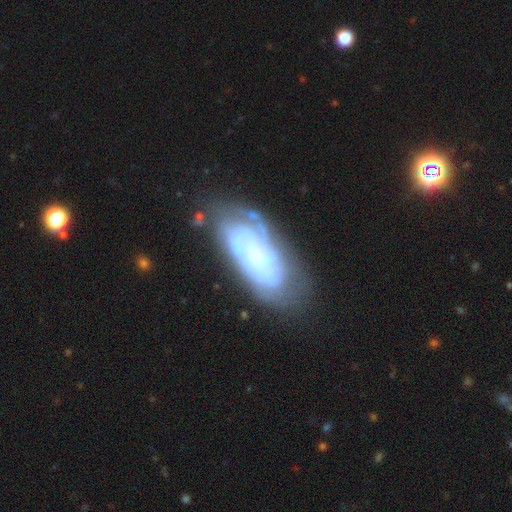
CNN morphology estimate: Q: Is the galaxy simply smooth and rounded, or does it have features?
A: featured or disk — 75%.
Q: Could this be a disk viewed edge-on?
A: no — 92%.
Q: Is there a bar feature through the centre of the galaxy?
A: no — 67%.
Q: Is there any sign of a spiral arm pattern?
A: yes — 82%.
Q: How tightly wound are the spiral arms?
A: tight — 65%.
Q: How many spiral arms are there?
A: can't tell — 50%.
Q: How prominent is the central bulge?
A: small — 59%.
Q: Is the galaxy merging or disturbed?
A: none — 61%.